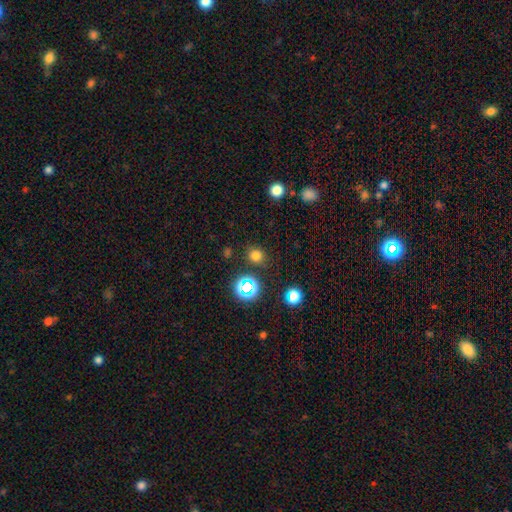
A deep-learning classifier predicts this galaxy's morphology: This is likely a smooth galaxy (72%). How rounded: likely round (75%). Merging: clearly none (84%).